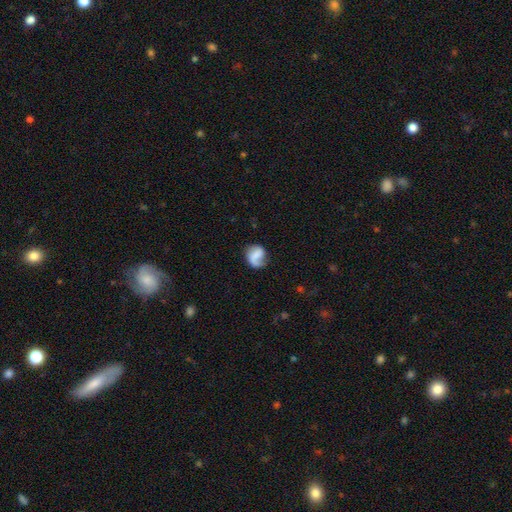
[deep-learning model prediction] This appears to be a smooth galaxy with no disk features (47%). Merging: none (56%).